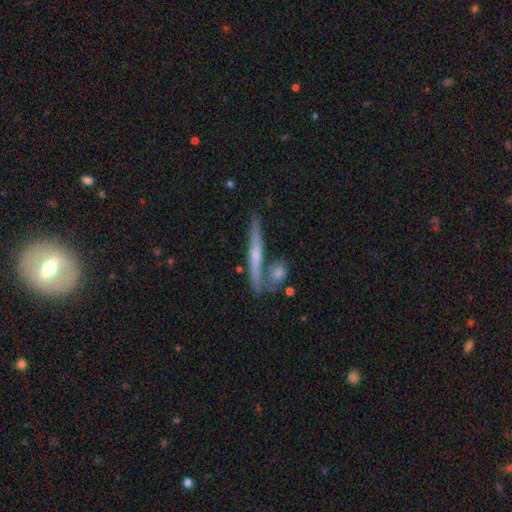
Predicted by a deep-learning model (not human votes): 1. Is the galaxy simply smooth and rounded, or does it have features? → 63% featured or disk, 30% smooth, 7% star or artifact.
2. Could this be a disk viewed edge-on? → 94% yes, 6% no.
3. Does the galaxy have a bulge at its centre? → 63% rounded, 29% none, 8% boxy.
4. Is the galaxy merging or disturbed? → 72% none, 13% merger, 11% minor disturbance, 4% major disturbance.